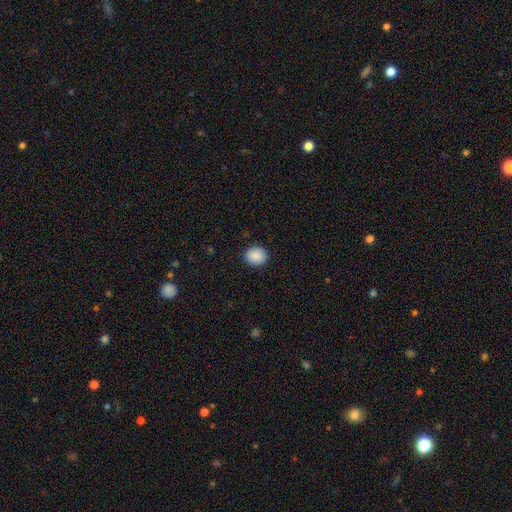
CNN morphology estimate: Smooth or featured: smooth — 89% (star or artifact — 8%)
How rounded: round — 70% (in between — 29%)
Merging: none — 90% (minor disturbance — 7%)